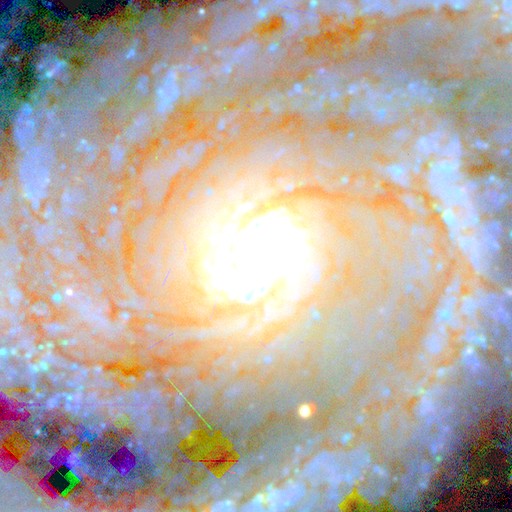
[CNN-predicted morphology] smooth-or-featured: featured or disk: 73% | star or artifact: 17% | smooth: 11%
  disk-edge-on: no: 94% | yes: 6%
    bar: no: 59% | weak: 26% | strong: 16%
    has-spiral-arms: yes: 88% | no: 12%
      spiral-winding: tight: 60% | medium: 27% | loose: 13%
      spiral-arm-count: can't tell: 28% | 2: 21% | 3: 15% | 4: 12% | more than 4: 12% | 1: 12%
    bulge-size: moderate: 46% | small: 25% | large: 20% | none: 6% | dominant: 4%
  merging: none: 64% | minor disturbance: 16% | major disturbance: 14% | merger: 6%